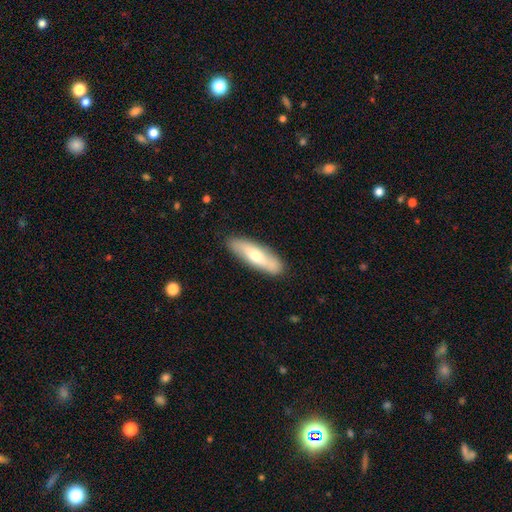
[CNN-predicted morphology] A smooth galaxy with no disk features (56%) that is cigar-shaped (57%). Merging: none (86%).